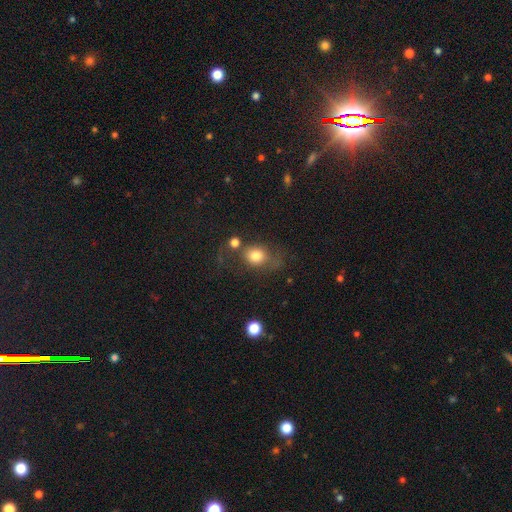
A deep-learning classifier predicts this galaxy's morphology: smooth_or_featured: smooth (p=0.76) [alt: featured or disk p=0.13]
how_rounded: round (p=0.65) [alt: in between p=0.34]
merging: none (p=0.46) [alt: minor disturbance p=0.20]